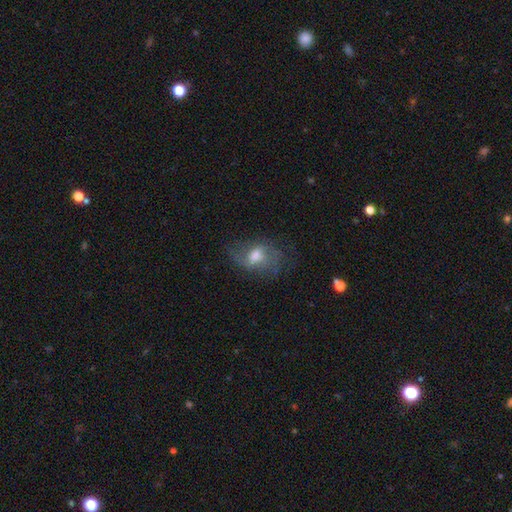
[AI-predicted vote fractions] The model was most divided on "smooth or featured": featured or disk: 53%, smooth: 37%, star or artifact: 11%. More confident: edge-on disk — no (95%); merging — none (50%).